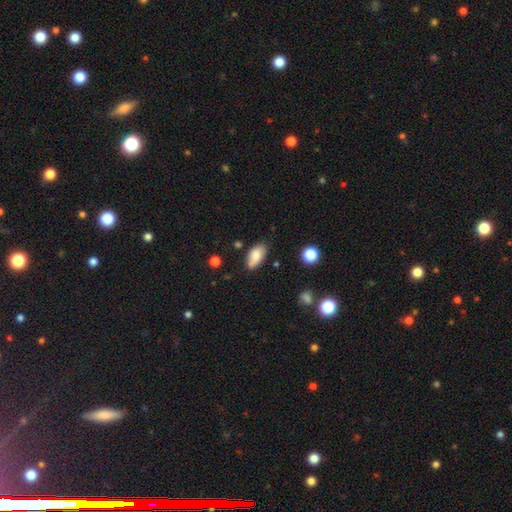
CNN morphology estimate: smooth_or_featured: smooth (p=0.81) [alt: featured or disk p=0.12]
how_rounded: in between (p=0.92) [alt: cigar-shaped p=0.04]
merging: none (p=0.73) [alt: minor disturbance p=0.20]